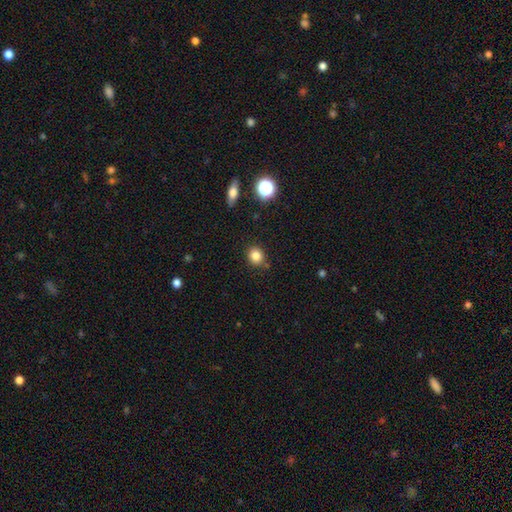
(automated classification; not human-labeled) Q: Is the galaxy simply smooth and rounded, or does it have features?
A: smooth — 82%.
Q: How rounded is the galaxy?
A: round — 78%.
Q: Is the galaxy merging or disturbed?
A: none — 85%.